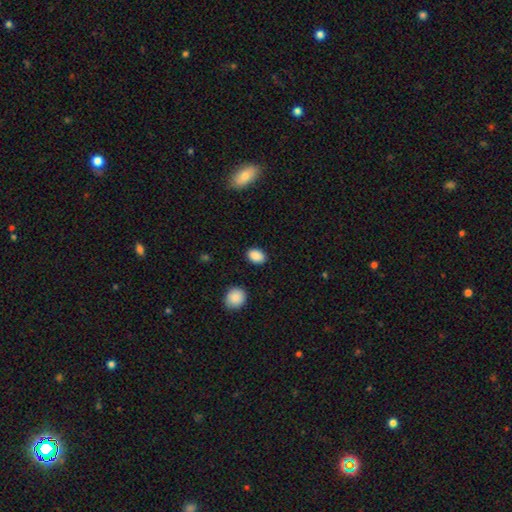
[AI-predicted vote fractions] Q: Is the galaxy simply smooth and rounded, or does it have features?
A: smooth — 88%.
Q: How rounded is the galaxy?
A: in between — 75%.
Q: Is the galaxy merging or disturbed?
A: none — 87%.